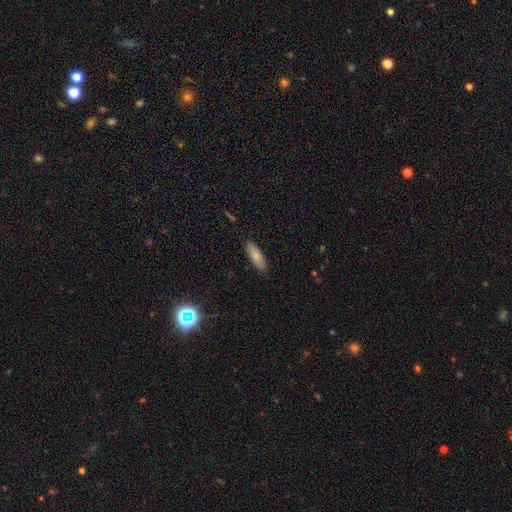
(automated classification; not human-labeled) Smooth or featured?
  - smooth: 78% *
  - featured or disk: 15%
  - star or artifact: 7%
How rounded?
  - in between: 59% *
  - cigar-shaped: 39%
  - round: 2%
Merging?
  - none: 89% *
  - minor disturbance: 9%
  - major disturbance: 2%
  - merger: 1%